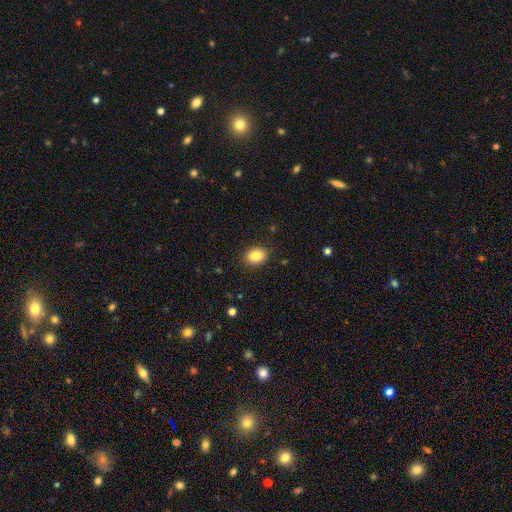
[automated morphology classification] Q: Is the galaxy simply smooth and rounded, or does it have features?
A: smooth — 86%.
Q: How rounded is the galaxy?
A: in between — 54%.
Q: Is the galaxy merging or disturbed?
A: none — 88%.